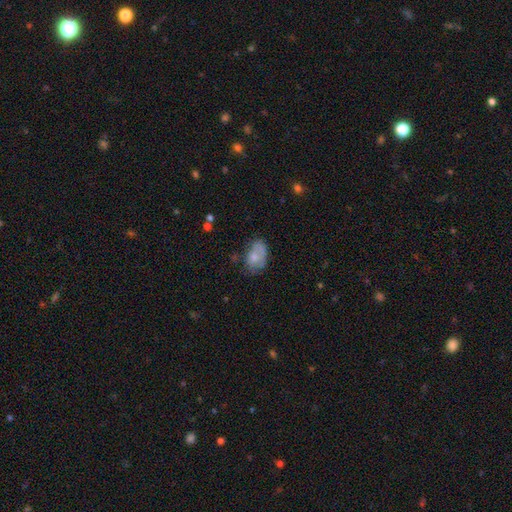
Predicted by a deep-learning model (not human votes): A smooth galaxy with no disk features (64%) that is in between round and cigar-shaped (86%).

Vote fractions:
- Smooth or featured? smooth: 64% / featured or disk: 28% / star or artifact: 8%
- How rounded? in between: 86% / round: 12% / cigar-shaped: 1%
- Merging? none: 46% / minor disturbance: 32% / major disturbance: 18% / merger: 4%